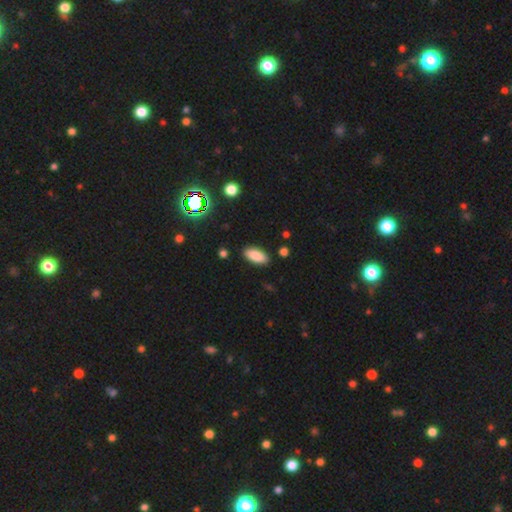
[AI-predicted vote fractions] Morphology: type=smooth (86%); roundness=in between (87%); merging=none (88%).